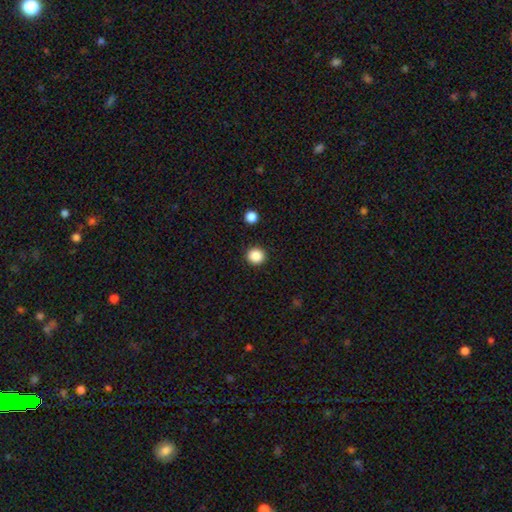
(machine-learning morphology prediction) This is clearly a smooth galaxy (87%). How rounded: clearly round (92%). Merging: clearly none (92%).